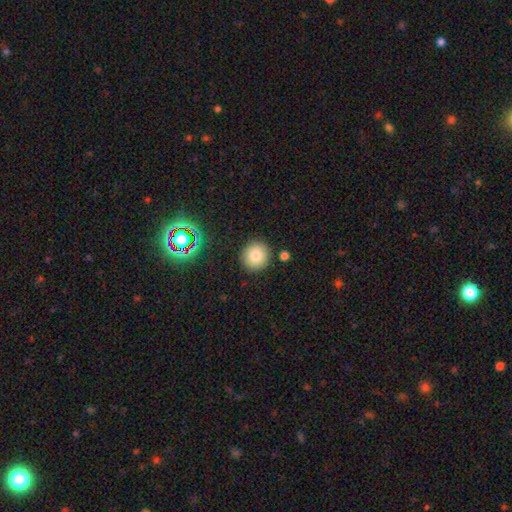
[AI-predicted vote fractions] Smooth or featured: smooth — 80% (star or artifact — 12%)
How rounded: round — 93% (in between — 6%)
Merging: none — 88% (minor disturbance — 7%)